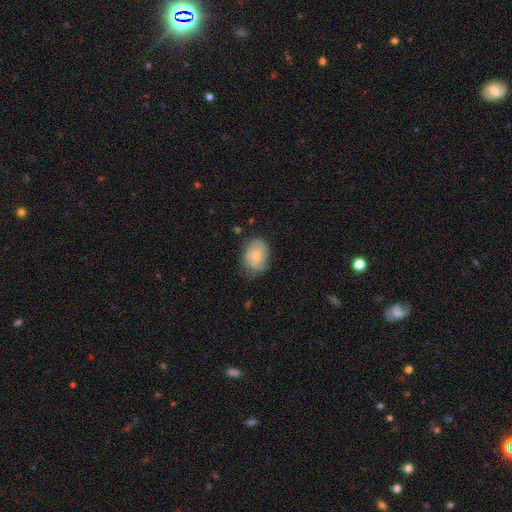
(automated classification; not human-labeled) This appears to be a smooth galaxy with no disk features (57%) that is in between round and cigar-shaped (68%). Merging: none (59%).